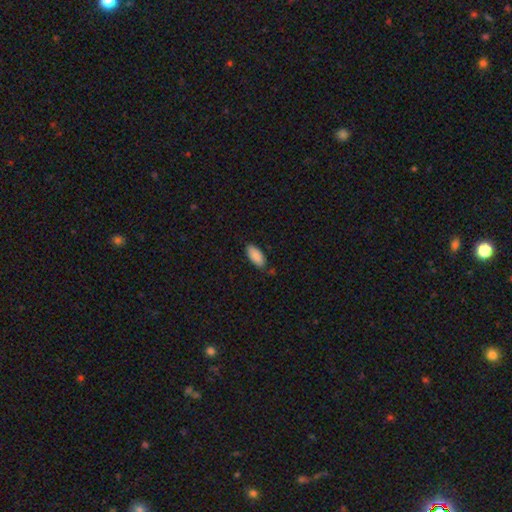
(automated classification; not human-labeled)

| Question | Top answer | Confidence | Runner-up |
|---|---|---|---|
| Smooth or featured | smooth | 89% | star or artifact (6%) |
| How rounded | in between | 88% | cigar-shaped (10%) |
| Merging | none | 81% | minor disturbance (15%) |